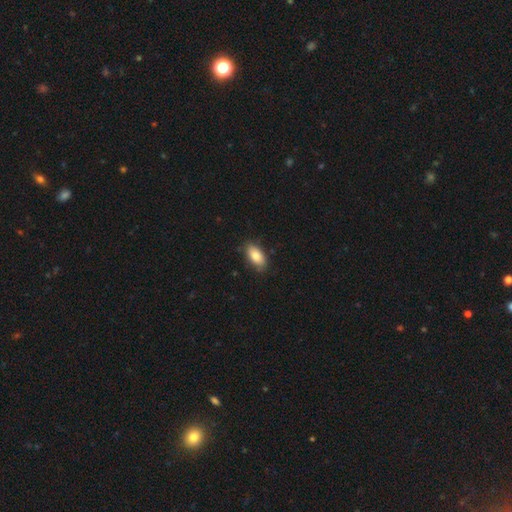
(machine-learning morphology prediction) Smooth or featured?
  - smooth: 83% *
  - featured or disk: 10%
  - star or artifact: 7%
How rounded?
  - in between: 91% *
  - cigar-shaped: 5%
  - round: 3%
Merging?
  - none: 82% *
  - minor disturbance: 14%
  - major disturbance: 2%
  - merger: 1%